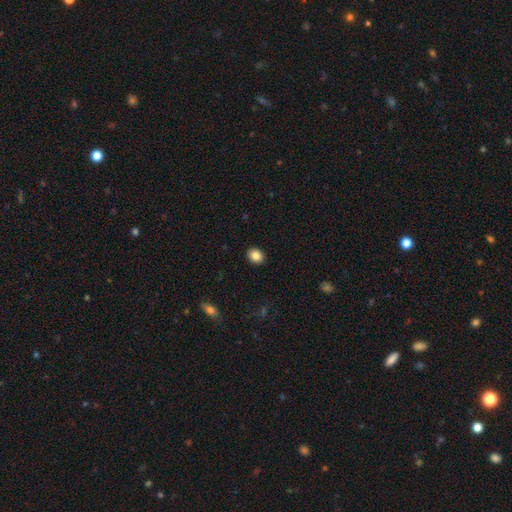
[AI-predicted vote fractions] Q: Smooth or featured?
A: smooth (85%); runner-up: star or artifact (9%)
Q: How rounded?
A: round (55%); runner-up: in between (44%)
Q: Merging?
A: none (91%); runner-up: minor disturbance (6%)